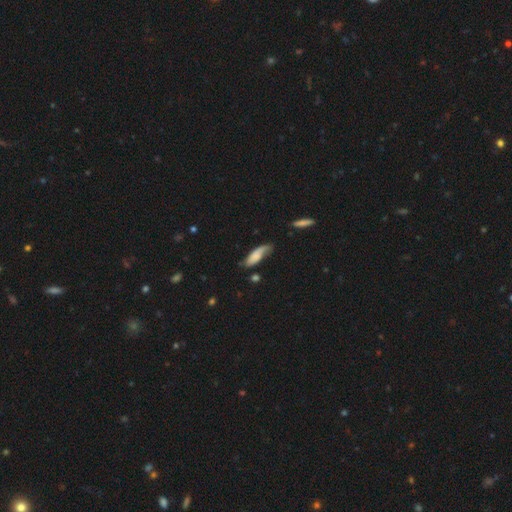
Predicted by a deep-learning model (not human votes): smooth 66%, featured or disk 27%, star or artifact 7%. Down the decision tree: how rounded — in between (63%); merging — none (44%).